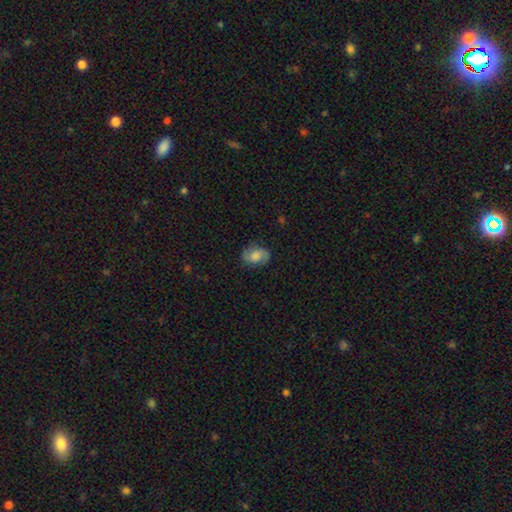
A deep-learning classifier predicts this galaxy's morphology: Overall: featured or disk (58%; smooth 34%). Edge-on disk: no (97%). Bar: no (60%; weak 34%). Spiral arms: yes (91%). Spiral arm count: 2 (89%). Spiral winding: medium (48%; loose 29%). Bulge size: moderate (34%; large 31%). Merging: none (80%).